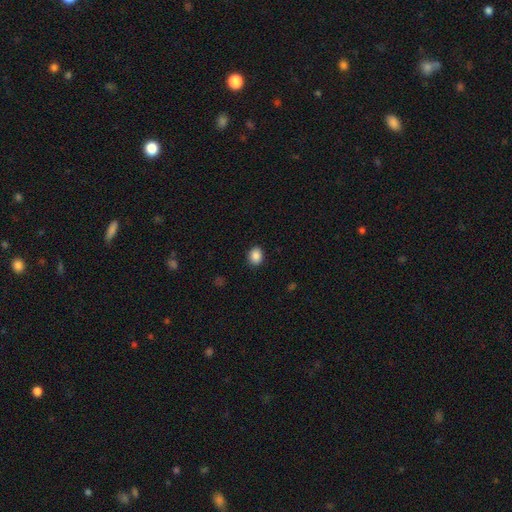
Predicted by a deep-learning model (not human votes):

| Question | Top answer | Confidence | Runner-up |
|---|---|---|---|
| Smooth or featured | smooth | 88% | star or artifact (9%) |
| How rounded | in between | 51% | round (48%) |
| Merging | none | 89% | minor disturbance (8%) |